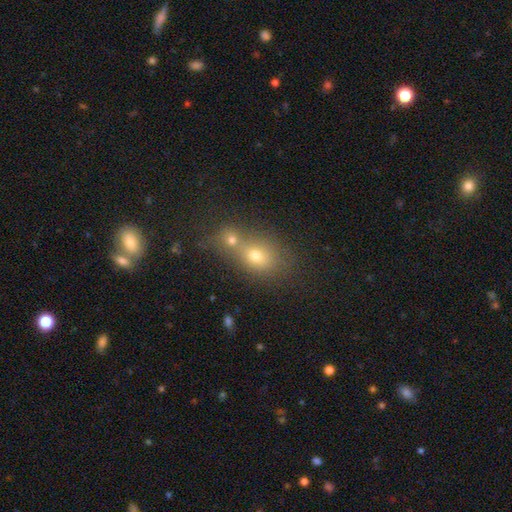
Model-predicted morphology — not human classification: Smooth or featured: smooth — 68% (featured or disk — 16%)
How rounded: round — 51% (in between — 47%)
Merging: merger — 60% (none — 29%)